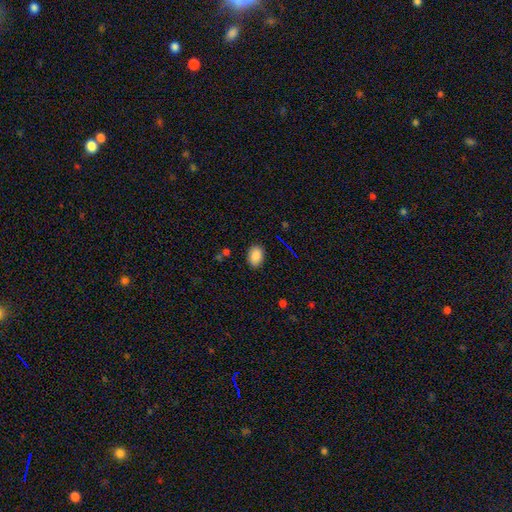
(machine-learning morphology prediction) The model was most divided on "how rounded": in between: 76%, round: 23%, cigar-shaped: 1%. More confident: merging — none (86%); smooth or featured — smooth (86%).